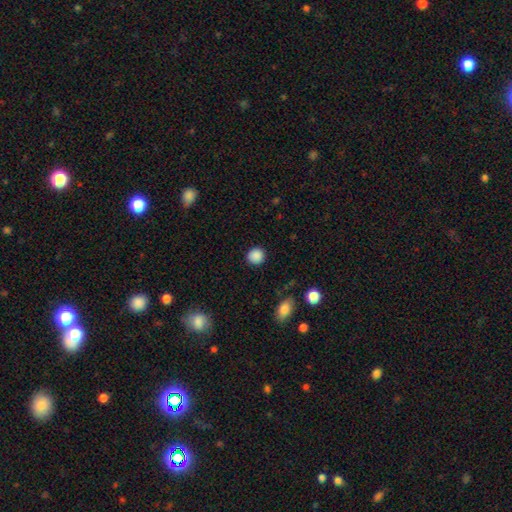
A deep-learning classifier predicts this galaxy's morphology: A smooth galaxy with no disk features (88%) that is round (90%).

Vote fractions:
- Smooth or featured? smooth: 88% / star or artifact: 9% / featured or disk: 3%
- How rounded? round: 90% / in between: 9% / cigar-shaped: 1%
- Merging? none: 90% / minor disturbance: 6% / major disturbance: 2% / merger: 1%